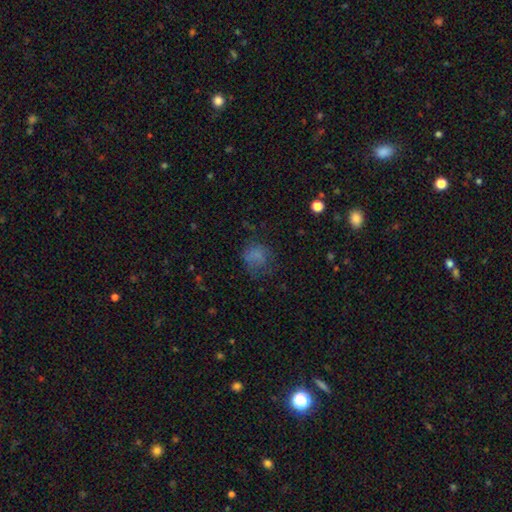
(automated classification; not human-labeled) A smooth galaxy with no disk features (68%) that is round (68%). Merging: none (49%).